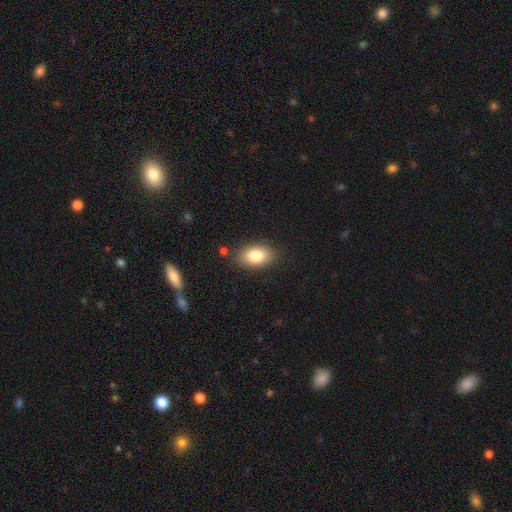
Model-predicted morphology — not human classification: Q: Smooth or featured?
A: smooth (82%); runner-up: featured or disk (10%)
Q: How rounded?
A: in between (88%); runner-up: round (10%)
Q: Merging?
A: none (82%); runner-up: minor disturbance (12%)